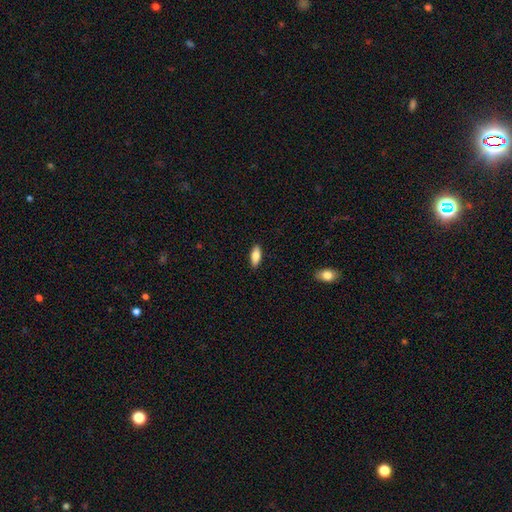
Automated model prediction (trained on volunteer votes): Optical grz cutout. It shows a smooth galaxy with no disk features (80%) that is in between round and cigar-shaped (78%). Merging: none (89%).